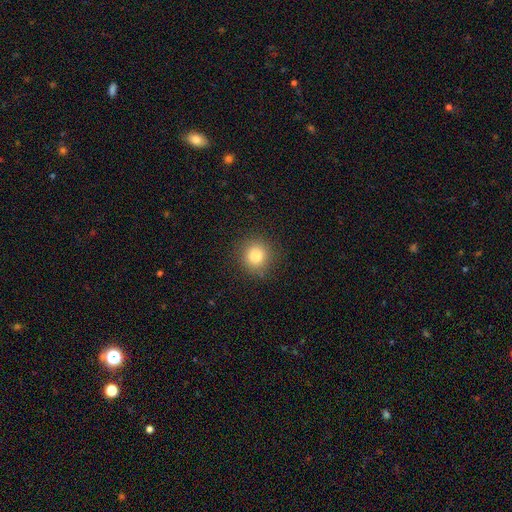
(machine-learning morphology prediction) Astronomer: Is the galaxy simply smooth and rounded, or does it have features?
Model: smooth — 83%.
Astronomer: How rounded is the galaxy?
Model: round — 90%.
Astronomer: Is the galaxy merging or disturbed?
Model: none — 87%.